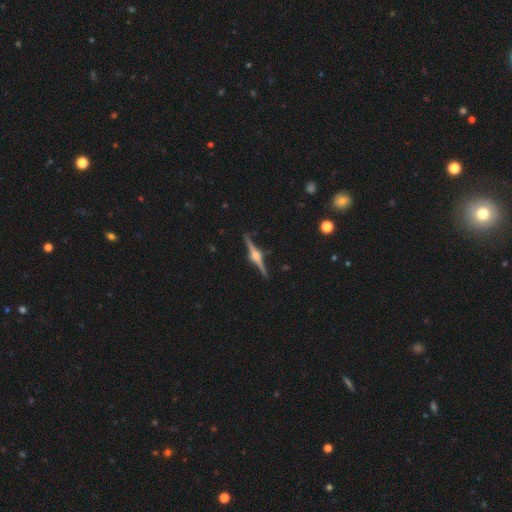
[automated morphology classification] Smooth or featured: featured or disk — 88% (smooth — 7%)
Edge-on disk: yes — 98% (no — 2%)
Edge-on bulge: rounded — 94% (boxy — 4%)
Merging: none — 91% (minor disturbance — 7%)